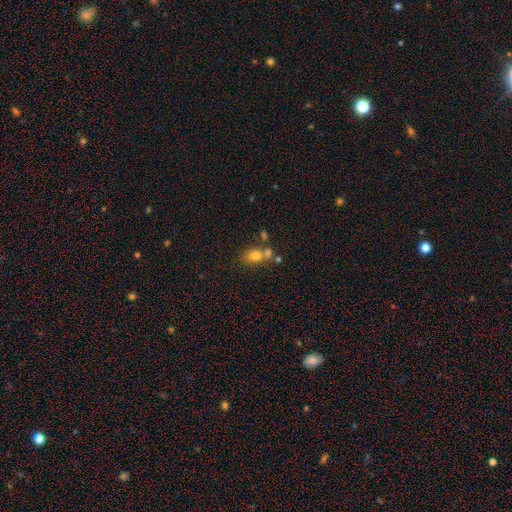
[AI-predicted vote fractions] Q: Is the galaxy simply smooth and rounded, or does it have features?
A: smooth — 74%.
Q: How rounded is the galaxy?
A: in between — 64%.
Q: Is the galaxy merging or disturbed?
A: none — 42%.